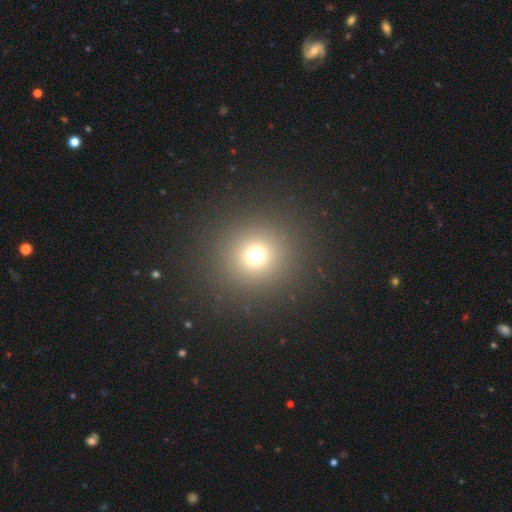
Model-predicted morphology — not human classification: Q: Smooth or featured?
A: smooth (68%); runner-up: star or artifact (24%)
Q: How rounded?
A: round (93%); runner-up: in between (6%)
Q: Merging?
A: none (88%); runner-up: minor disturbance (6%)